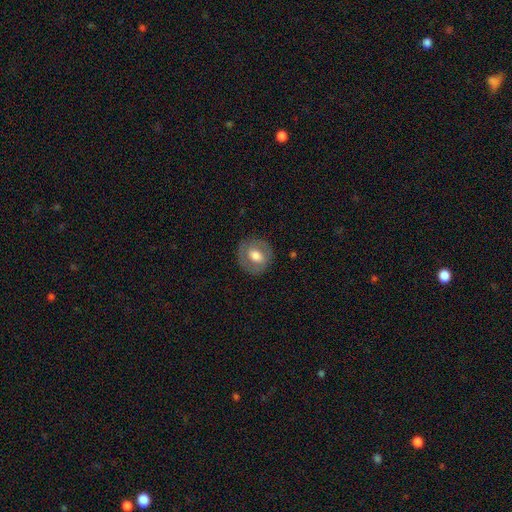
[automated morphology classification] This appears to be a smooth galaxy with no disk features (57%) that is round (80%). Merging: none (84%).